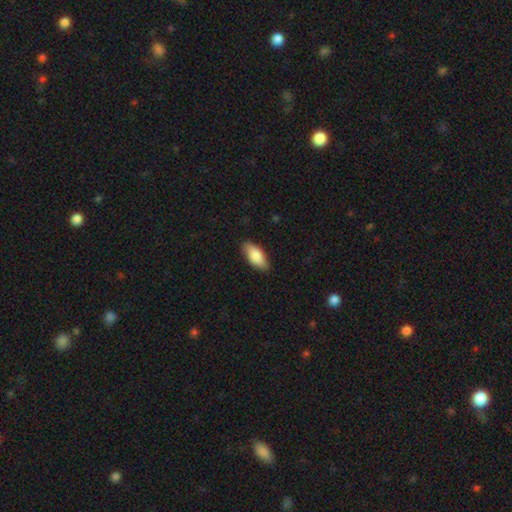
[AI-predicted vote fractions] Q: Smooth or featured?
A: smooth (83%); runner-up: featured or disk (12%)
Q: How rounded?
A: in between (86%); runner-up: cigar-shaped (11%)
Q: Merging?
A: none (86%); runner-up: minor disturbance (11%)